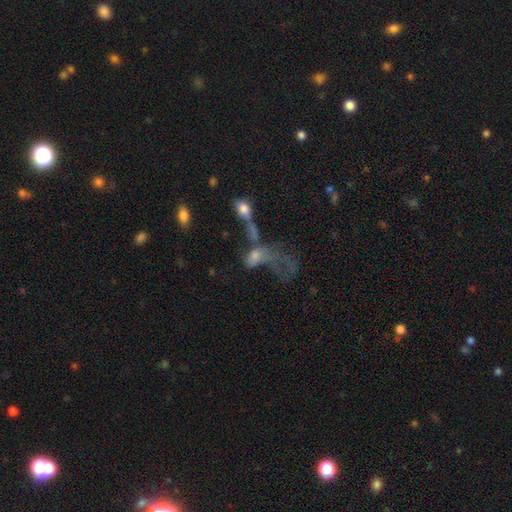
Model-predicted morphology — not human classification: Smooth or featured?
  - smooth: 46% *
  - featured or disk: 39%
  - star or artifact: 15%
Merging?
  - merger: 48% *
  - major disturbance: 36%
  - none: 10%
  - minor disturbance: 6%